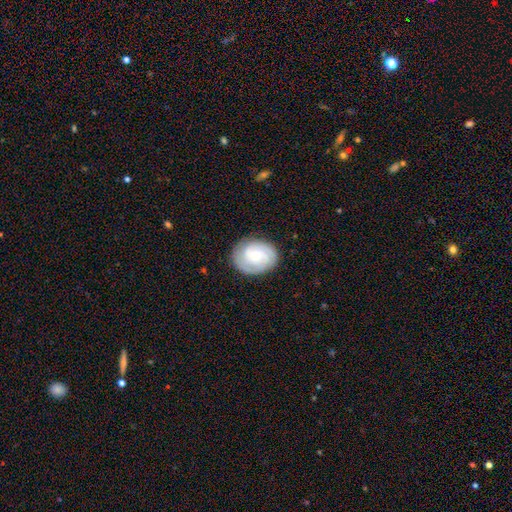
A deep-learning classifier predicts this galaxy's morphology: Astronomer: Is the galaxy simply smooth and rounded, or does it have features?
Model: featured or disk — 78%.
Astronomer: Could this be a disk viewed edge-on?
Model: no — 98%.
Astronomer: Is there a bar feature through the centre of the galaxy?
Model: no — 68%.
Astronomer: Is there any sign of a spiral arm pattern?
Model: yes — 96%.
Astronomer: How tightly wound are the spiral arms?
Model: tight — 68%.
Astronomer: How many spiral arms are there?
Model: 3 — 37% (runner-up: 2, 27%).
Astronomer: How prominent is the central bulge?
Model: small — 57% (runner-up: moderate, 39%).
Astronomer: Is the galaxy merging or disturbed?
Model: none — 83%.